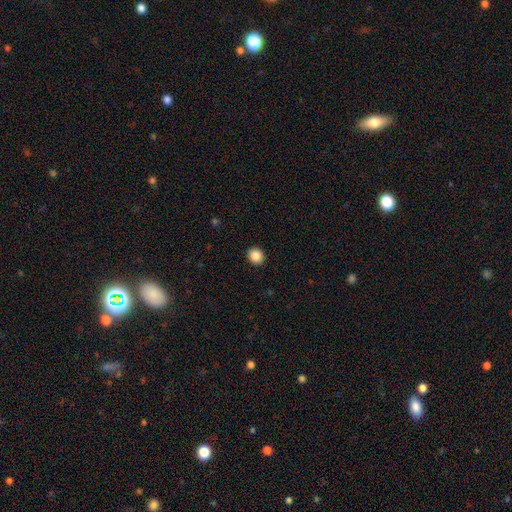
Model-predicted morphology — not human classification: smooth 88%, star or artifact 9%, featured or disk 3%. Down the decision tree: how rounded — round (79%); merging — none (92%).